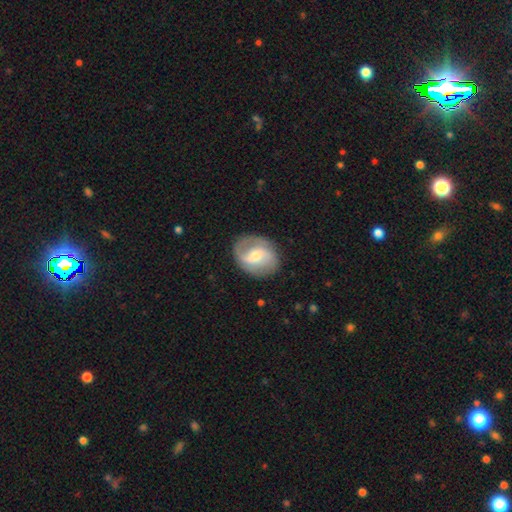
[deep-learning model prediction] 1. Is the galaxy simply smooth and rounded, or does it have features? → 73% featured or disk, 21% smooth, 6% star or artifact.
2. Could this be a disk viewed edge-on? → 97% no, 3% yes.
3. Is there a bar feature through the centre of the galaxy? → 48% weak, 31% no, 22% strong.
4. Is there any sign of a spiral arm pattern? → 89% yes, 11% no.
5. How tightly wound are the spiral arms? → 45% medium, 32% loose, 23% tight.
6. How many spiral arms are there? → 82% 2, 8% can't tell, 5% 1, 3% 3, 1% 4, 1% more than 4.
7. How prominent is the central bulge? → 54% moderate, 40% small, 4% large, 1% none, 1% dominant.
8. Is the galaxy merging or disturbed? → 80% none, 14% minor disturbance, 5% major disturbance, 1% merger.